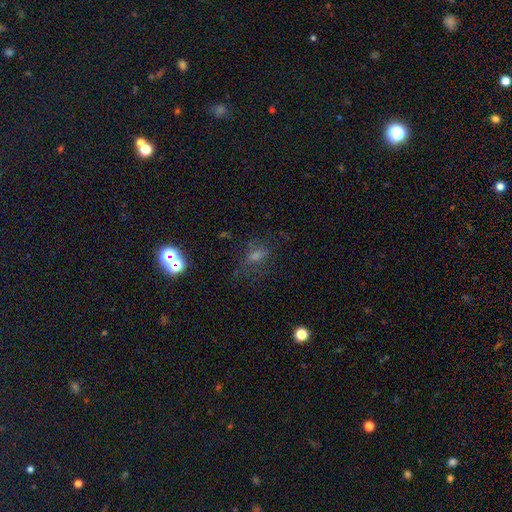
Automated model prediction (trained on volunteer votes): A smooth galaxy with no disk features (41%). Merging: none (60%).